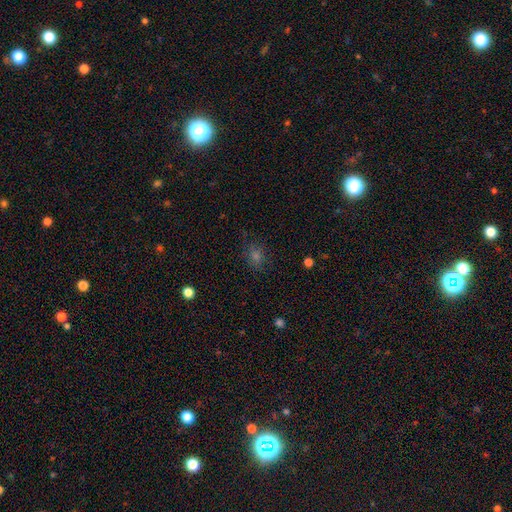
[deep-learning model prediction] smooth-or-featured: smooth: 60% | star or artifact: 30% | featured or disk: 10%
  how-rounded: round: 66% | in between: 33% | cigar-shaped: 1%
  merging: none: 84% | minor disturbance: 11% | major disturbance: 4% | merger: 1%